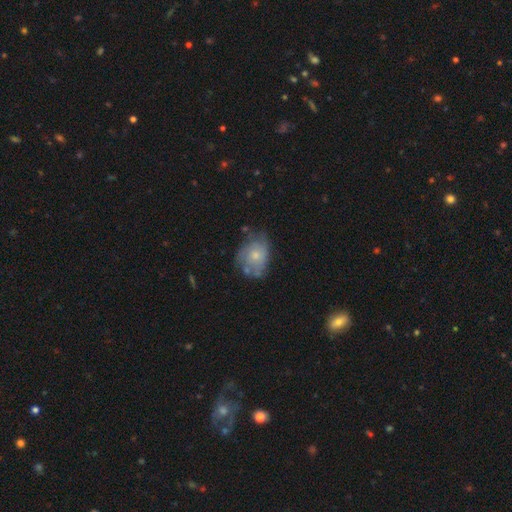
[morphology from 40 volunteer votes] smooth_or_featured: featured or disk (p=0.50) [alt: smooth p=0.47]
disk_edge_on: no (p=0.95) [alt: yes p=0.05]
bar: no (p=0.95) [alt: weak p=0.05]
has_spiral_arms: no (p=0.58) [alt: yes p=0.42]
bulge_size: moderate (p=0.53) [alt: small p=0.37]
merging: none (p=0.36) [alt: minor disturbance p=0.33]